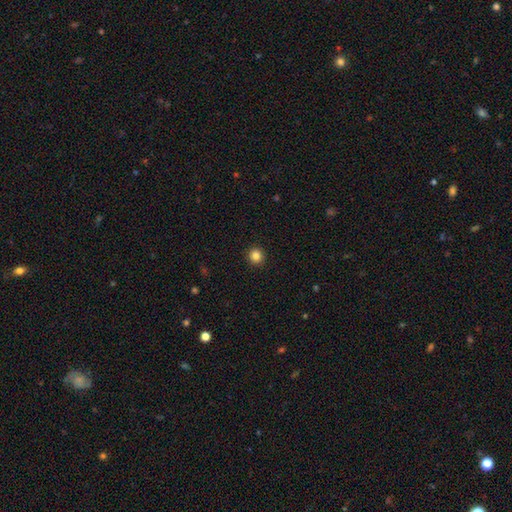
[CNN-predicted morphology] smooth-or-featured: smooth: 85% | star or artifact: 11% | featured or disk: 4%
  how-rounded: round: 93% | in between: 6% | cigar-shaped: 1%
  merging: none: 93% | minor disturbance: 5% | major disturbance: 2% | merger: 1%